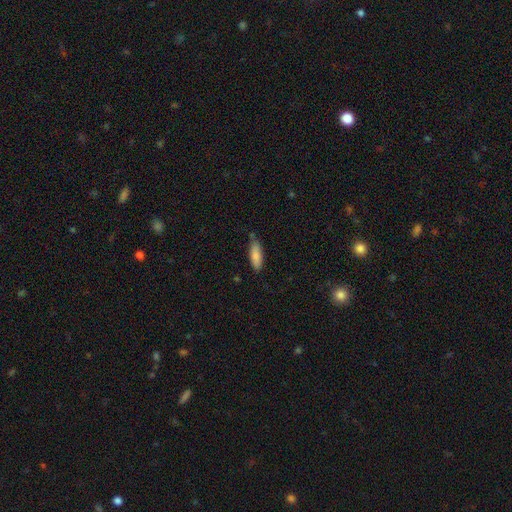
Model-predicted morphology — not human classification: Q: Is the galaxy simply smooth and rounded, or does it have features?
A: smooth — 85%.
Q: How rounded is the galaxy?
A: in between — 56%.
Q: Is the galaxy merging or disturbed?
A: none — 73%.